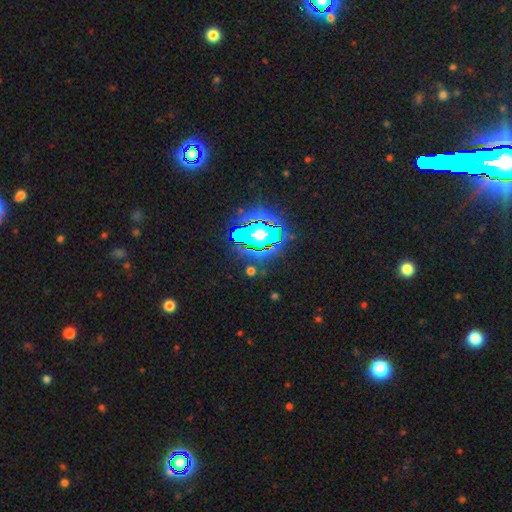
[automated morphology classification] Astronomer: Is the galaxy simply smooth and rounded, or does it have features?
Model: star or artifact — 74%.